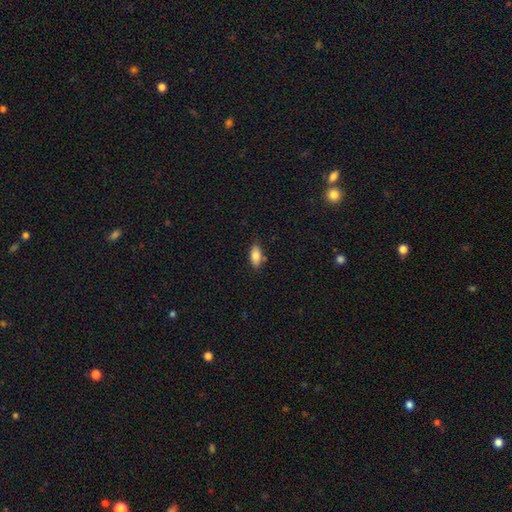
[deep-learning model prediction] A smooth galaxy with no disk features (81%) that is in between round and cigar-shaped (86%). Merging: none (79%).